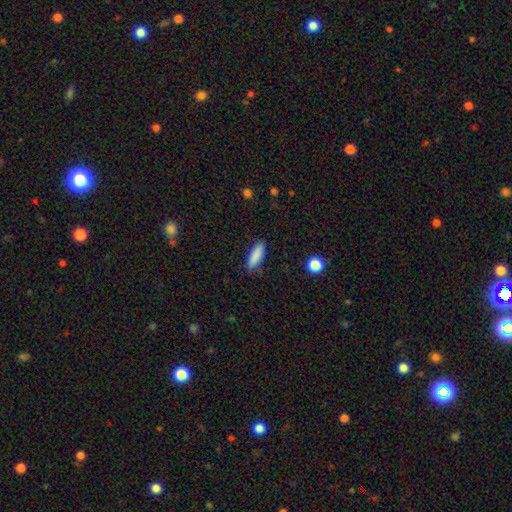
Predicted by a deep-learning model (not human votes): Overall: smooth (88%). How rounded: in between (51%; cigar-shaped 48%). Merging: none (86%).